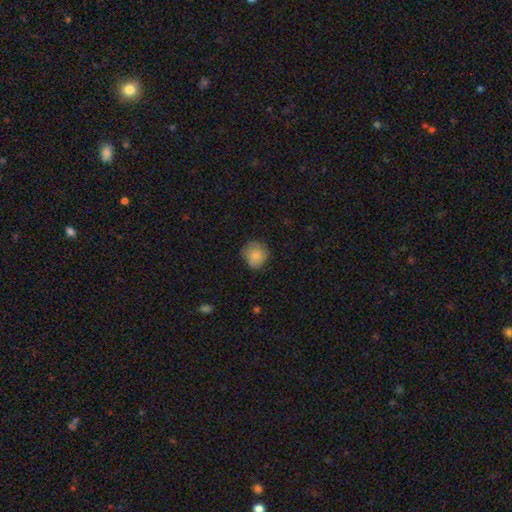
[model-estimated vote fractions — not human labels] smooth-or-featured: smooth: 81% | featured or disk: 11% | star or artifact: 8%
  how-rounded: round: 80% | in between: 19% | cigar-shaped: 1%
  merging: none: 66% | minor disturbance: 26% | major disturbance: 7% | merger: 1%